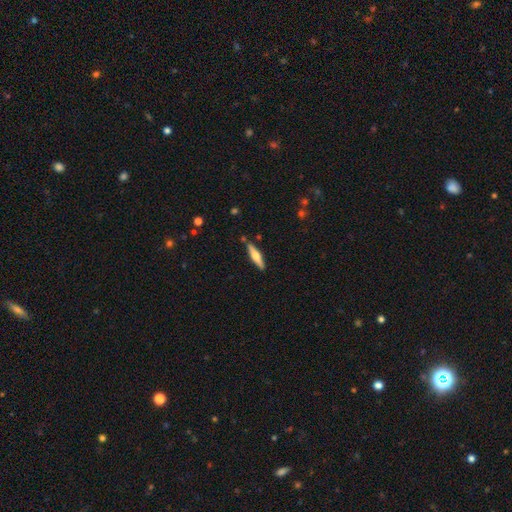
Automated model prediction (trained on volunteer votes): Morphology: type=featured or disk (50%); edge-on=yes (95%); merging=none (86%).